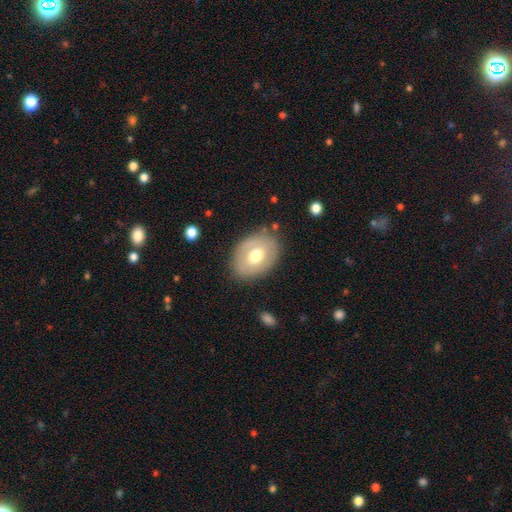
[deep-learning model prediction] smooth-or-featured: smooth: 55% | featured or disk: 38% | star or artifact: 7%
  how-rounded: in between: 73% | round: 26% | cigar-shaped: 1%
  merging: none: 78% | minor disturbance: 15% | major disturbance: 5% | merger: 2%